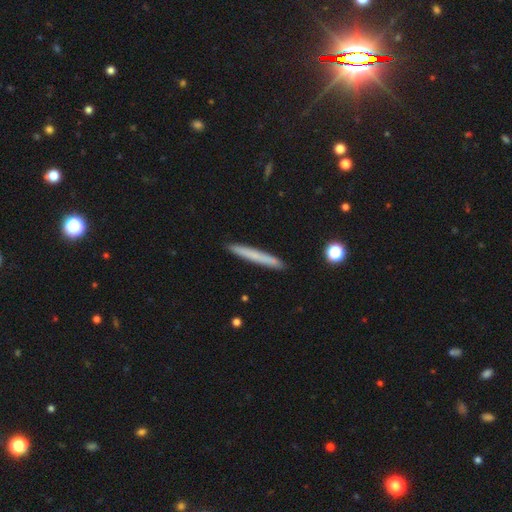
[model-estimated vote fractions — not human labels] Q: Smooth or featured?
A: smooth (67%); runner-up: featured or disk (26%)
Q: How rounded?
A: cigar-shaped (97%); runner-up: in between (2%)
Q: Merging?
A: none (92%); runner-up: minor disturbance (6%)